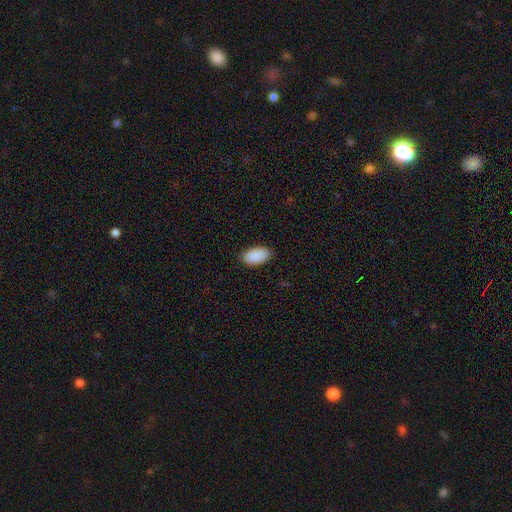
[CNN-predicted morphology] smooth-or-featured: smooth: 91% | star or artifact: 6% | featured or disk: 3%
  how-rounded: in between: 95% | round: 3% | cigar-shaped: 2%
  merging: none: 86% | minor disturbance: 11% | major disturbance: 2% | merger: 1%